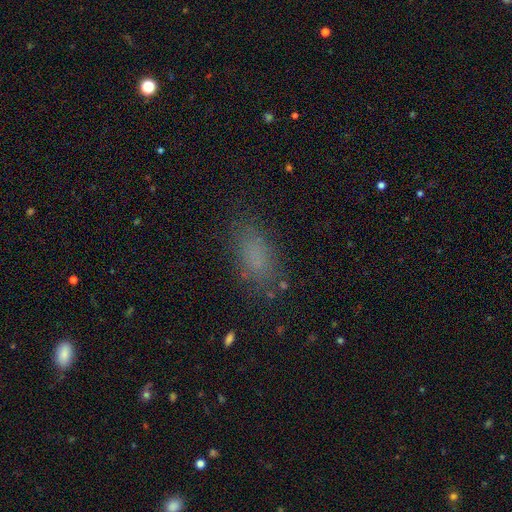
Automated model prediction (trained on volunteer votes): Smooth or featured? Predicted: smooth (p=0.77). How rounded? Predicted: in between (p=0.87). Merging? Predicted: none (p=0.78).